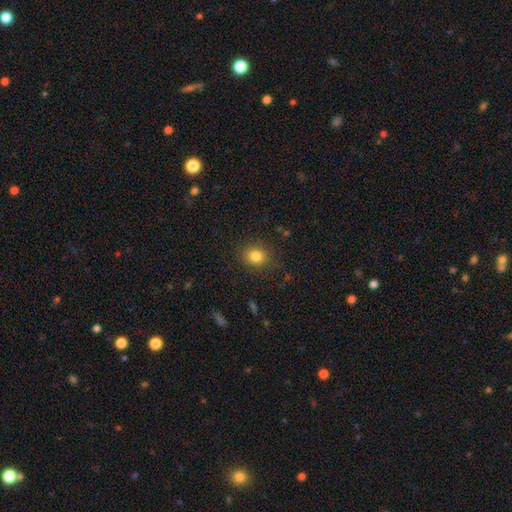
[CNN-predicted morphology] Smooth or featured?
  - smooth: 82% *
  - star or artifact: 11%
  - featured or disk: 7%
How rounded?
  - round: 65% *
  - in between: 34%
  - cigar-shaped: 1%
Merging?
  - none: 86% *
  - minor disturbance: 10%
  - major disturbance: 3%
  - merger: 1%